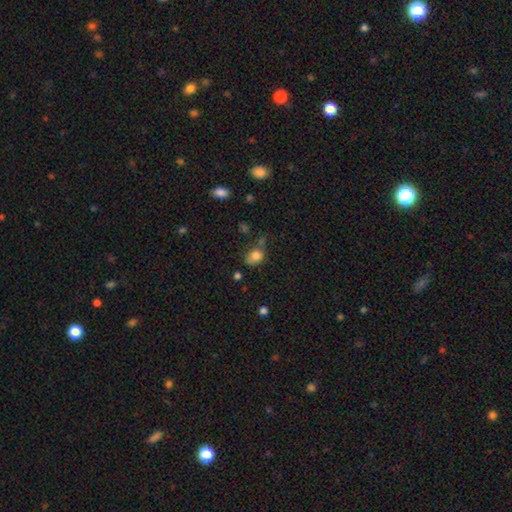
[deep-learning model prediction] Overall: smooth (80%). How rounded: in between (60%; round 39%). Merging: none (44%; minor disturbance 29%).